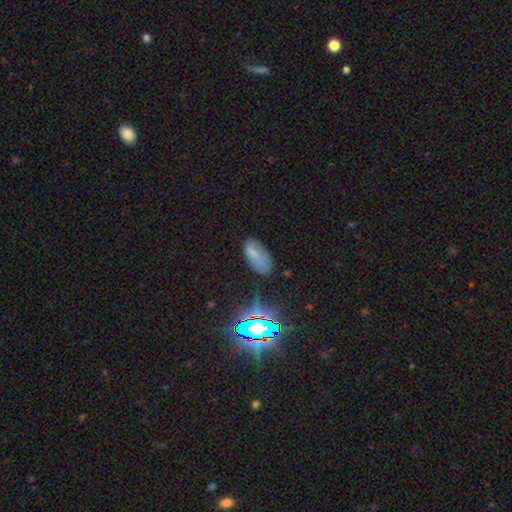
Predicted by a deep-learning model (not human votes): Smooth or featured: smooth — 55% (star or artifact — 26%)
How rounded: in between — 89% (cigar-shaped — 7%)
Merging: none — 63% (minor disturbance — 25%)